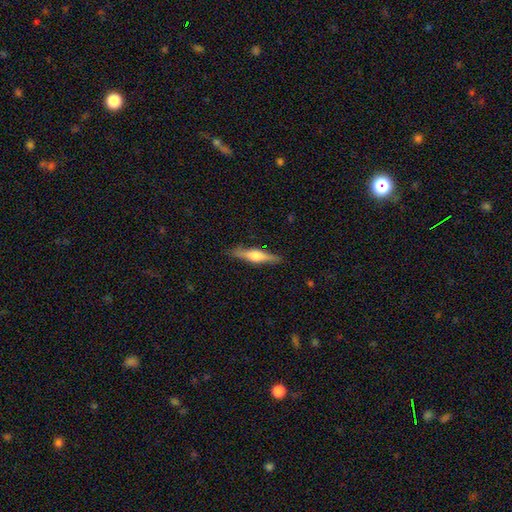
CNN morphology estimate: Q: Smooth or featured?
A: featured or disk (58%); runner-up: smooth (36%)
Q: Edge-on disk?
A: yes (96%); runner-up: no (4%)
Q: Edge-on bulge?
A: rounded (89%); runner-up: boxy (7%)
Q: Merging?
A: none (88%); runner-up: minor disturbance (9%)